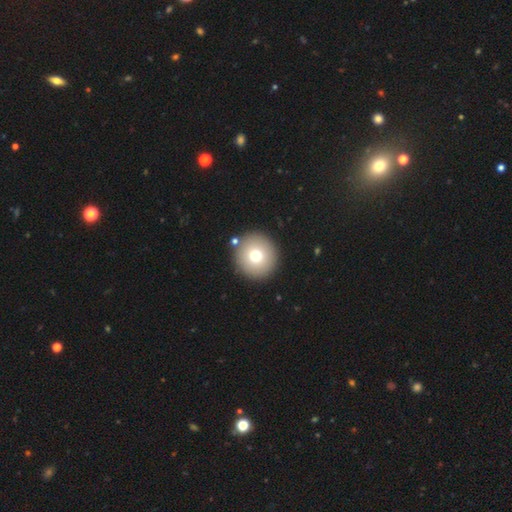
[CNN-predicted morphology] The model was most divided on "smooth or featured": smooth: 75%, featured or disk: 15%, star or artifact: 11%. More confident: how rounded — round (94%); merging — none (88%).